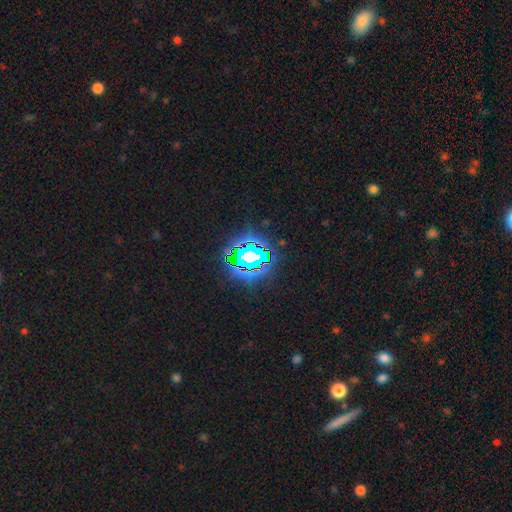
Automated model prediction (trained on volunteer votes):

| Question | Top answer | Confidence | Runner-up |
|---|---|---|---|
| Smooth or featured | star or artifact | 79% | smooth (12%) |